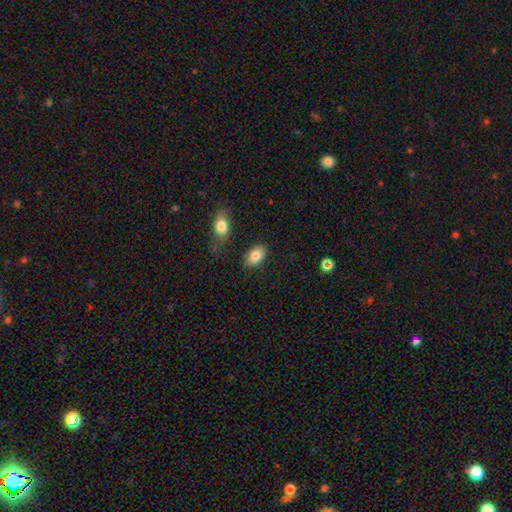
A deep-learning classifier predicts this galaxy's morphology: Smooth or featured: smooth — 84% (featured or disk — 9%)
How rounded: in between — 88% (round — 11%)
Merging: none — 84% (minor disturbance — 10%)